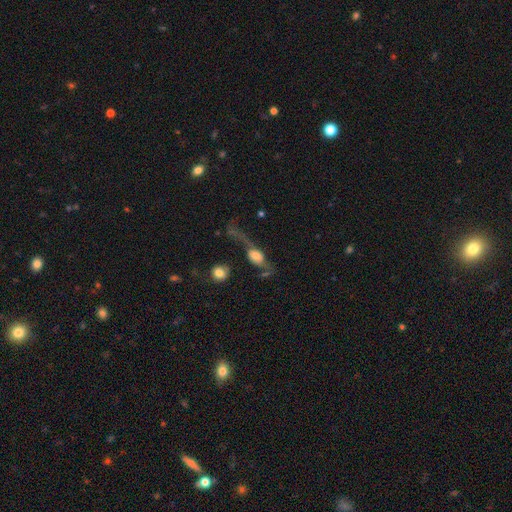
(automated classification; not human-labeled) smooth_or_featured: featured or disk (p=0.56) [alt: smooth p=0.36]
disk_edge_on: no (p=0.56) [alt: yes p=0.44]
merging: major disturbance (p=0.44) [alt: none p=0.28]